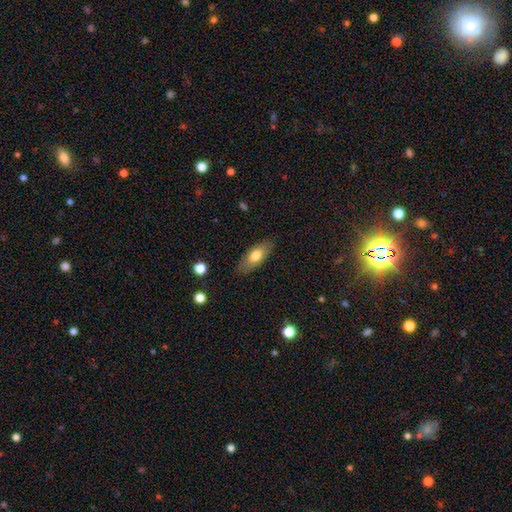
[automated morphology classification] Q: Smooth or featured?
A: smooth (70%); runner-up: featured or disk (24%)
Q: How rounded?
A: in between (79%); runner-up: cigar-shaped (18%)
Q: Merging?
A: none (83%); runner-up: minor disturbance (12%)